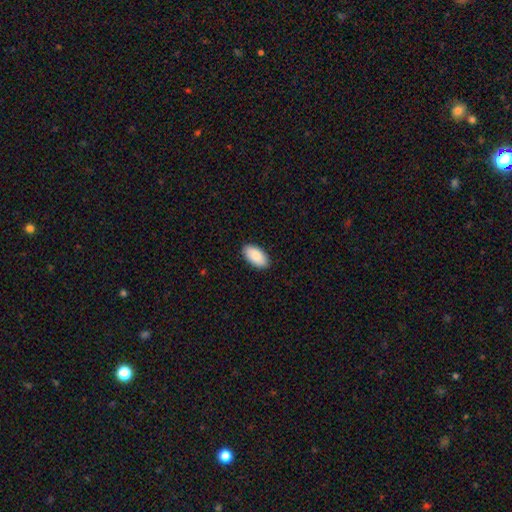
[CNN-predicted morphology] smooth 90%, star or artifact 5%, featured or disk 5%. Down the decision tree: how rounded — in between (96%); merging — none (90%).